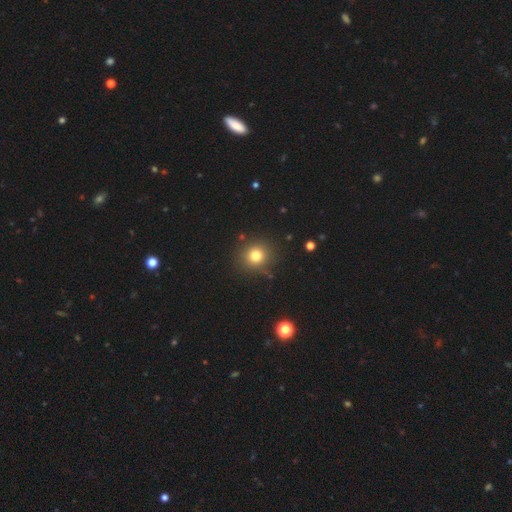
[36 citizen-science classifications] A smooth galaxy with no disk features (89%) that is round (94%).

Vote fractions:
- Smooth or featured? smooth: 89% / featured or disk: 8% / star or artifact: 3%
- How rounded? round: 94% / in between: 6% / cigar-shaped: 0%
- Merging? none: 89% / minor disturbance: 9% / major disturbance: 3% / merger: 0%